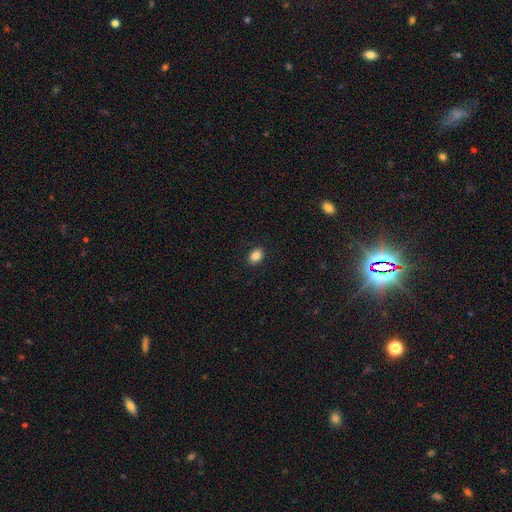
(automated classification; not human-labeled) Smooth or featured: smooth — 85% (star or artifact — 9%)
How rounded: in between — 62% (round — 37%)
Merging: none — 90% (minor disturbance — 7%)